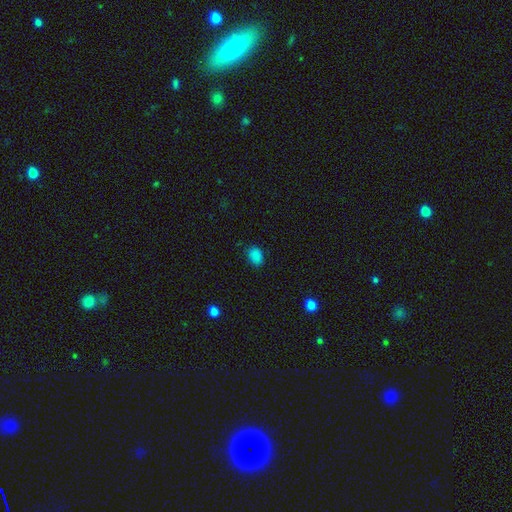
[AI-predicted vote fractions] This is clearly a smooth galaxy (84%). How rounded: likely in between (71%). Merging: clearly none (81%).